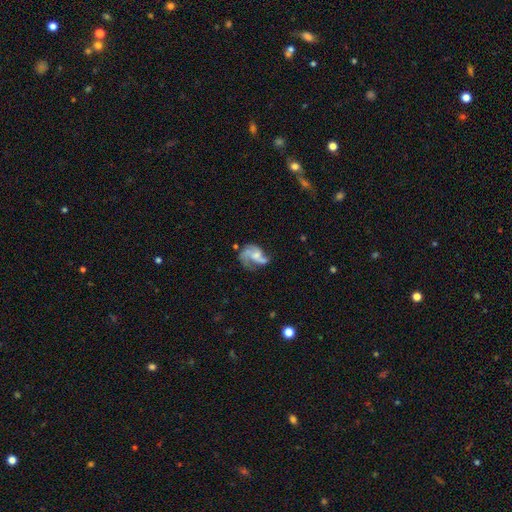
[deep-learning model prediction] featured or disk 70%, smooth 21%, star or artifact 9%. Down the decision tree: edge-on disk — no (98%); bar — no (62%); spiral arms — yes (82%); spiral arm count — 2 (38%); spiral winding — loose (47%); bulge size — small (36%); merging — none (36%).